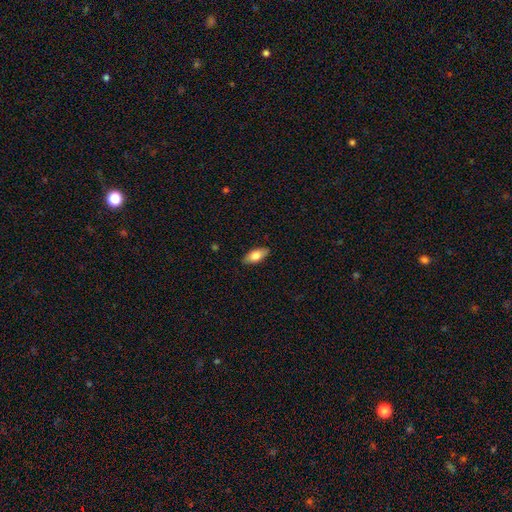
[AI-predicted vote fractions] Smooth or featured?
  - smooth: 78% *
  - featured or disk: 16%
  - star or artifact: 6%
How rounded?
  - in between: 87% *
  - cigar-shaped: 11%
  - round: 3%
Merging?
  - none: 88% *
  - minor disturbance: 10%
  - major disturbance: 2%
  - merger: 1%